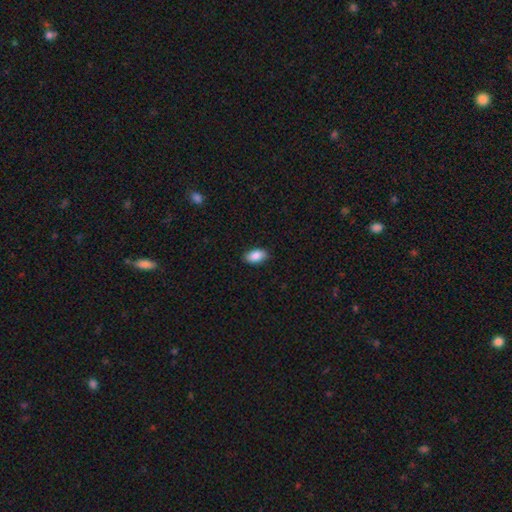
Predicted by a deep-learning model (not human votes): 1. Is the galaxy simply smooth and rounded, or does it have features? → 88% smooth, 7% star or artifact, 5% featured or disk.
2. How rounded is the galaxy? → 93% in between, 4% round, 2% cigar-shaped.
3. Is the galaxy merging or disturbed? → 89% none, 8% minor disturbance, 2% major disturbance, 1% merger.